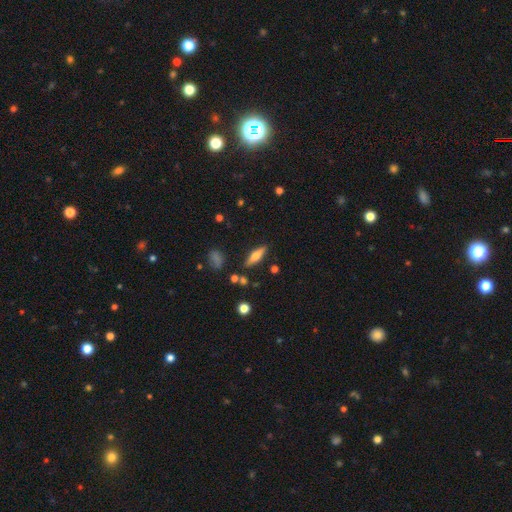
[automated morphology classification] Smooth or featured?
  - featured or disk: 50% *
  - smooth: 43%
  - star or artifact: 8%
Merging?
  - none: 84% *
  - minor disturbance: 10%
  - merger: 4%
  - major disturbance: 3%